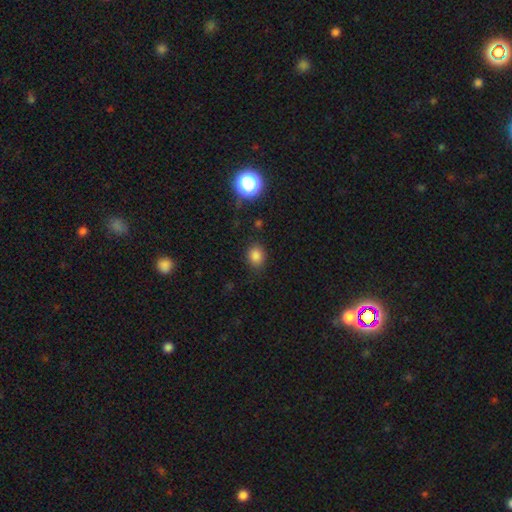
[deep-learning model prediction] This is clearly a smooth galaxy (80%). How rounded: likely round (65%). Merging: clearly none (82%).